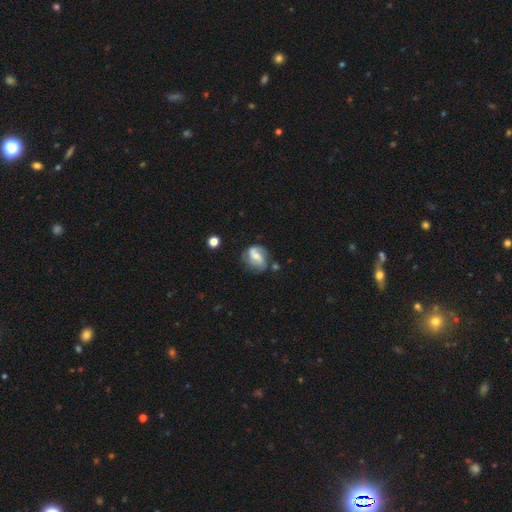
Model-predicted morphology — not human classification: Smooth or featured? featured or disk (67%)
Edge-on disk? no (97%)
Bar? weak (46%)
Spiral arms? yes (89%)
Spiral winding? medium (44%)
Spiral arm count? 2 (66%)
Bulge size? moderate (42%)
Merging? none (58%)